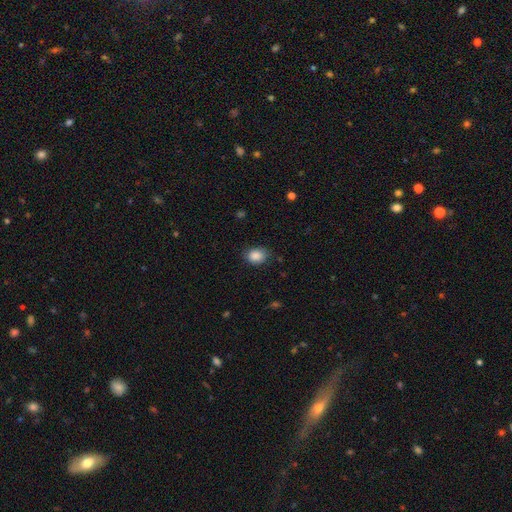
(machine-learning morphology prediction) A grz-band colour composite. It shows a smooth galaxy with no disk features (87%) that is in between round and cigar-shaped (58%). Merging: none (78%).